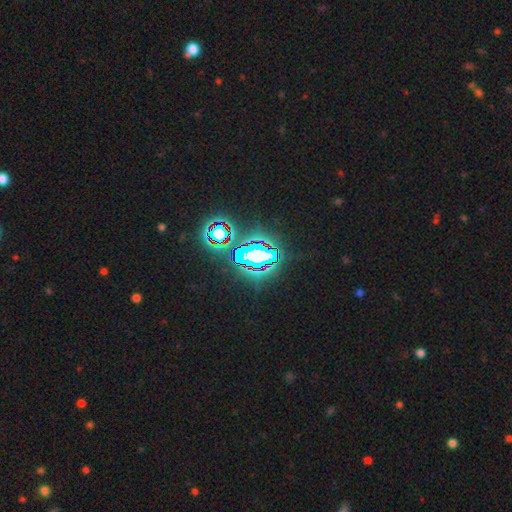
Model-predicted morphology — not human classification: This appears to be a star or artifact, not a galaxy (71%).